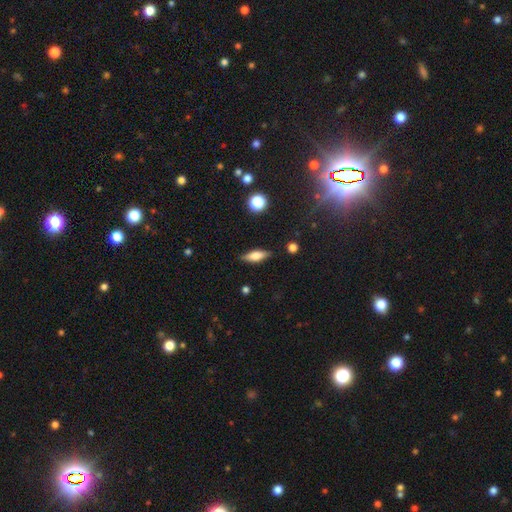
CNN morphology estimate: type=smooth (64%); roundness=in between (58%); merging=none (84%).